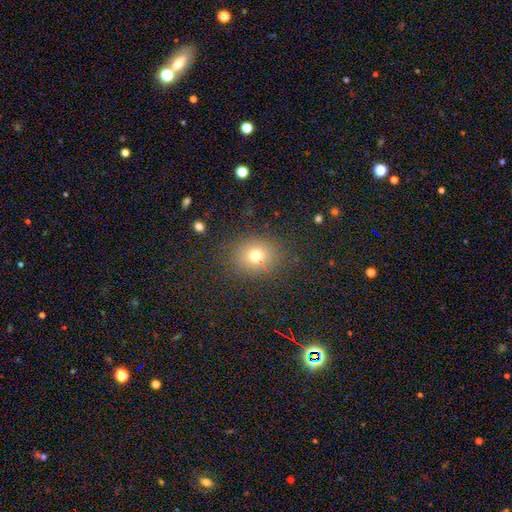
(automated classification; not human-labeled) The model was most divided on "how rounded": round: 68%, in between: 31%, cigar-shaped: 1%. More confident: merging — none (85%); smooth or featured — smooth (73%).